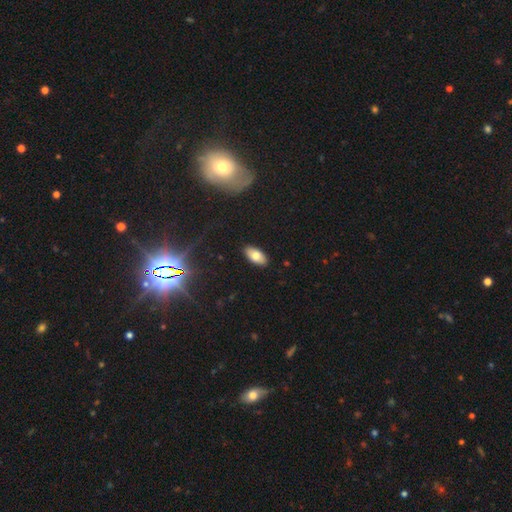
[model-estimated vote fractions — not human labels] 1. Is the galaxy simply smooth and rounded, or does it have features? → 78% smooth, 14% featured or disk, 8% star or artifact.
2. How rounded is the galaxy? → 93% in between, 5% cigar-shaped, 3% round.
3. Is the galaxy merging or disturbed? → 88% none, 9% minor disturbance, 2% major disturbance, 1% merger.